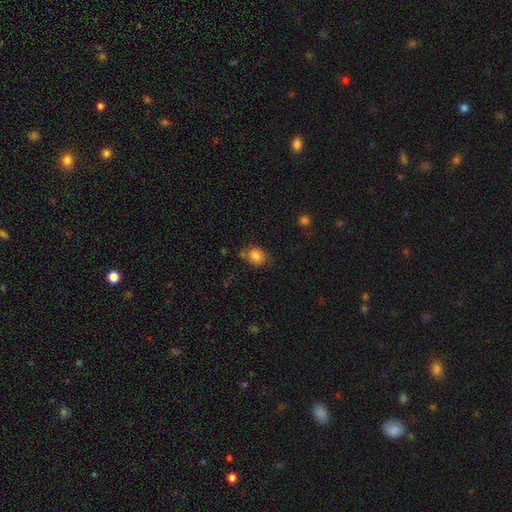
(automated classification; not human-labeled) smooth_or_featured: smooth (p=0.83) [alt: star or artifact p=0.10]
how_rounded: round (p=0.58) [alt: in between p=0.41]
merging: none (p=0.67) [alt: minor disturbance p=0.19]